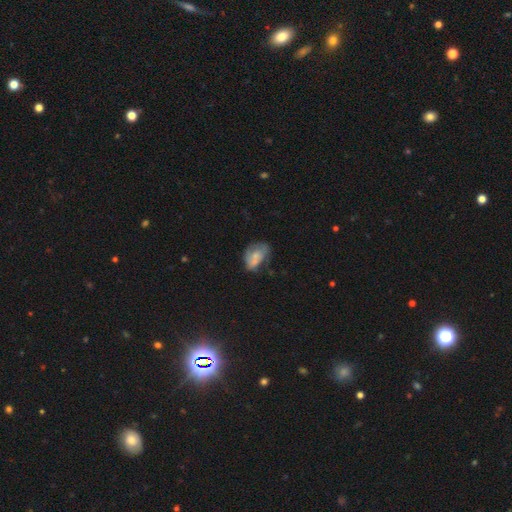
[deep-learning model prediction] A smooth galaxy with no disk features (62%) that is in between round and cigar-shaped (83%).

Vote fractions:
- Smooth or featured? smooth: 62% / featured or disk: 29% / star or artifact: 9%
- How rounded? in between: 83% / round: 16% / cigar-shaped: 2%
- Merging? none: 35% / minor disturbance: 31% / major disturbance: 20% / merger: 13%